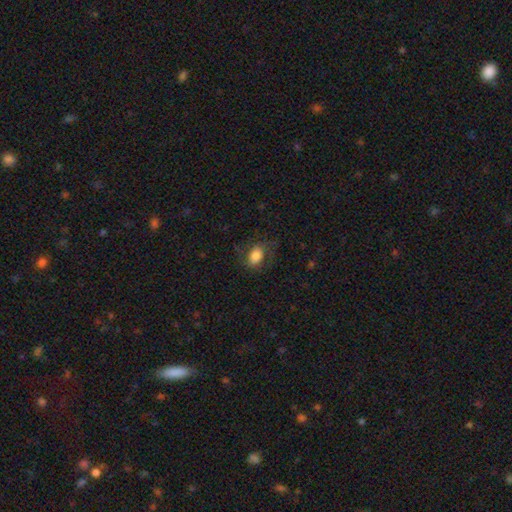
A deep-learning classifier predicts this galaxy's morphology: The model was most divided on "merging": none: 66%, minor disturbance: 19%, major disturbance: 13%, merger: 1%. More confident: how rounded — in between (86%); smooth or featured — smooth (74%).